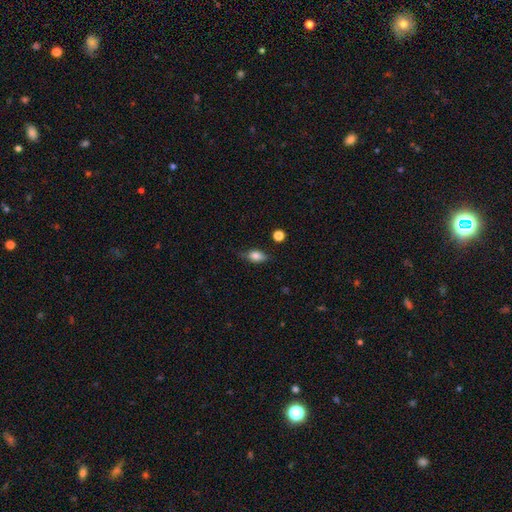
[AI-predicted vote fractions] Smooth or featured: smooth — 76% (featured or disk — 15%)
How rounded: in between — 79% (round — 15%)
Merging: none — 64% (minor disturbance — 26%)